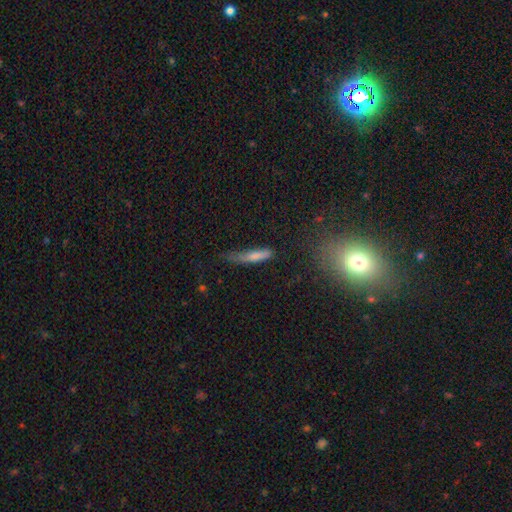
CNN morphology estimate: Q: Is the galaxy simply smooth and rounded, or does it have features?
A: smooth — 74%.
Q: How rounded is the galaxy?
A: cigar-shaped — 83%.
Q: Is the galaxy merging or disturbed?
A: none — 42%.